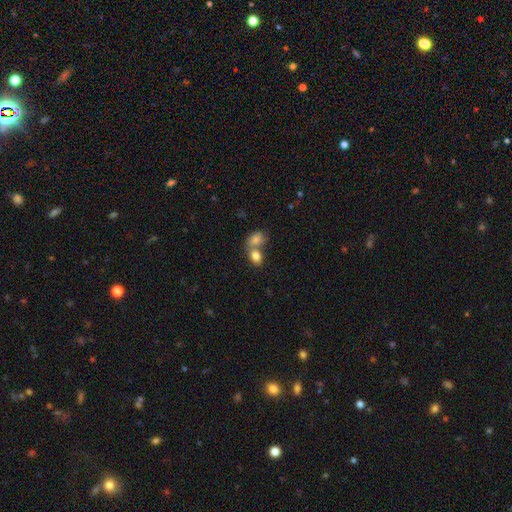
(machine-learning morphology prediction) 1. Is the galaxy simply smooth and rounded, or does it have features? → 82% smooth, 9% featured or disk, 9% star or artifact.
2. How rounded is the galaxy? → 75% in between, 24% round, 1% cigar-shaped.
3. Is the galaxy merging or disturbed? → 57% merger, 32% none, 8% minor disturbance, 3% major disturbance.